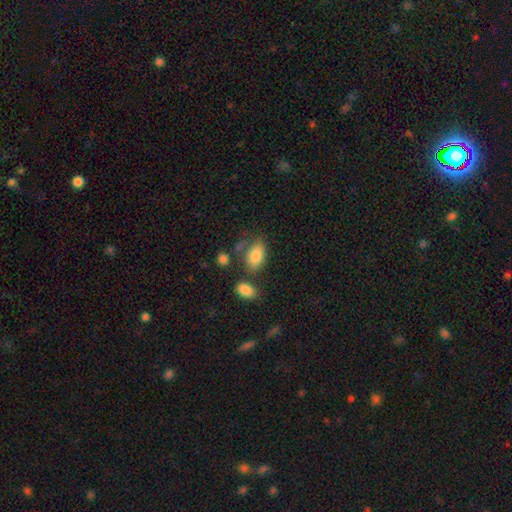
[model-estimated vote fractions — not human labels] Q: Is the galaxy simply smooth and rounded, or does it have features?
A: smooth — 84%.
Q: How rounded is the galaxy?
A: in between — 92%.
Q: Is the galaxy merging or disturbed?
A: none — 61%.